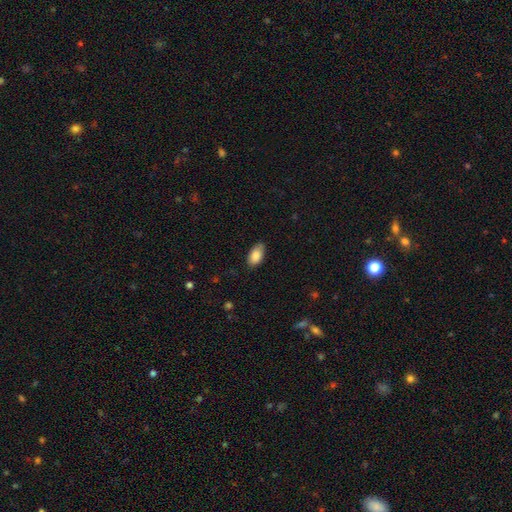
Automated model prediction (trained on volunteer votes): Q: Smooth or featured?
A: smooth (85%); runner-up: featured or disk (8%)
Q: How rounded?
A: in between (94%); runner-up: round (4%)
Q: Merging?
A: none (78%); runner-up: minor disturbance (18%)